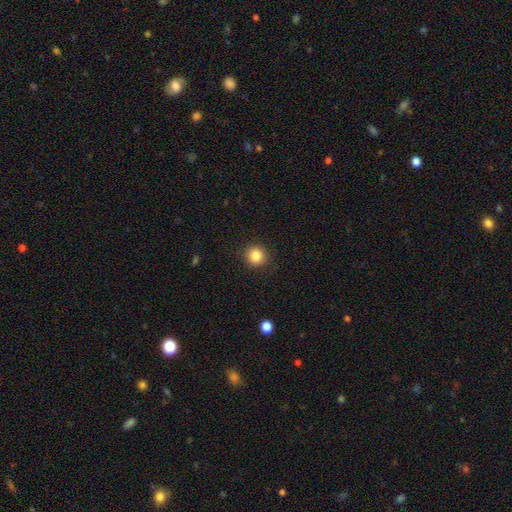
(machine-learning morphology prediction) type=smooth (85%); roundness=round (92%); merging=none (90%).